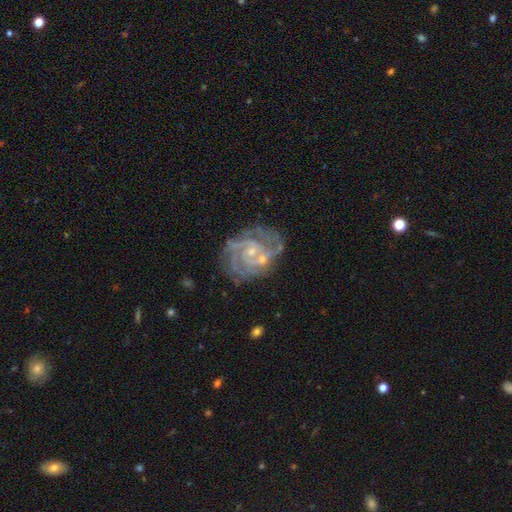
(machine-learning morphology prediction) This is clearly a featured or disk galaxy (88%). It is clearly not viewed edge-on (98%). Bar: likely no (61%). Spiral arm pattern: clearly yes (96%). Spiral arm count: marginally 2 (34%). Spiral winding: likely tight (61%). Central bulge: likely small (72%). Merging: likely none (64%).